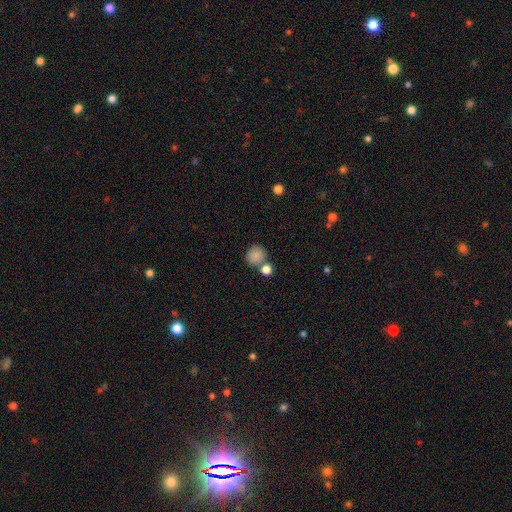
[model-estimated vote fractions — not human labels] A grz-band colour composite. It shows a smooth galaxy with no disk features (85%) that is round (87%). Merging: none (64%).